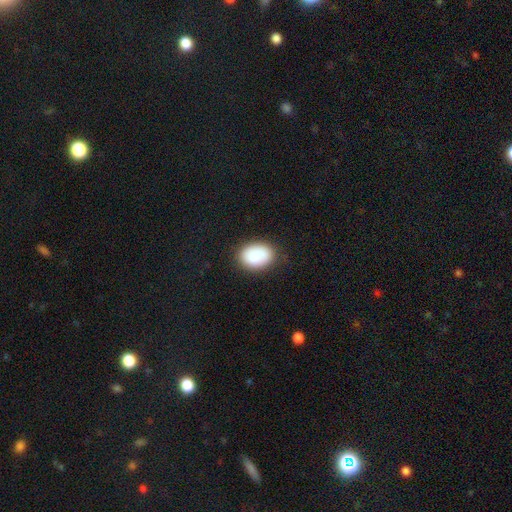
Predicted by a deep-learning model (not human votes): Smooth or featured: smooth — 83% (featured or disk — 10%)
How rounded: in between — 75% (round — 24%)
Merging: none — 77% (minor disturbance — 16%)